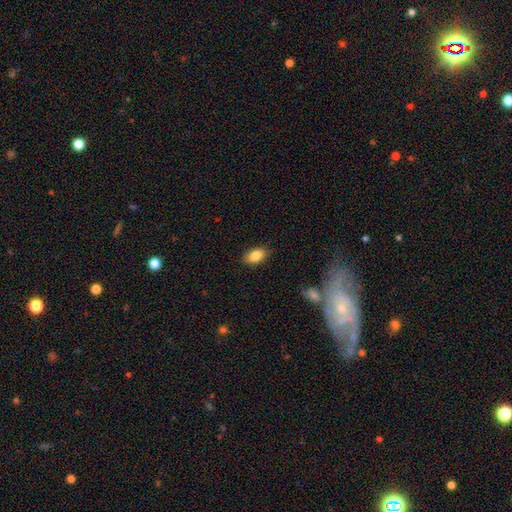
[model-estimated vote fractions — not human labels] Morphology: type=smooth (84%); roundness=in between (90%); merging=none (86%).